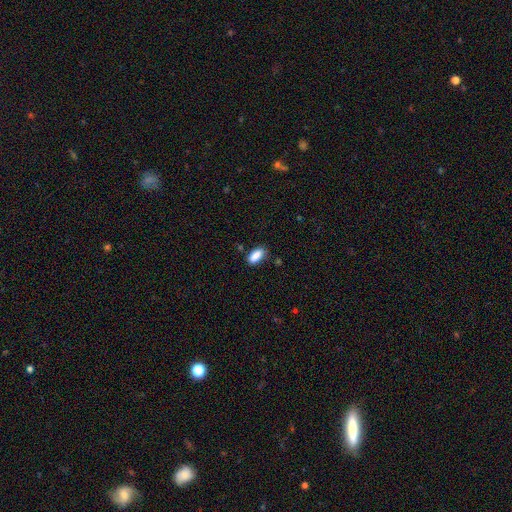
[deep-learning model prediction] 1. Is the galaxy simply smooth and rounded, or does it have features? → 89% smooth, 7% star or artifact, 4% featured or disk.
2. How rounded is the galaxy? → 87% in between, 10% cigar-shaped, 3% round.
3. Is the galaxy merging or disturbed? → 80% none, 14% minor disturbance, 3% major disturbance, 3% merger.